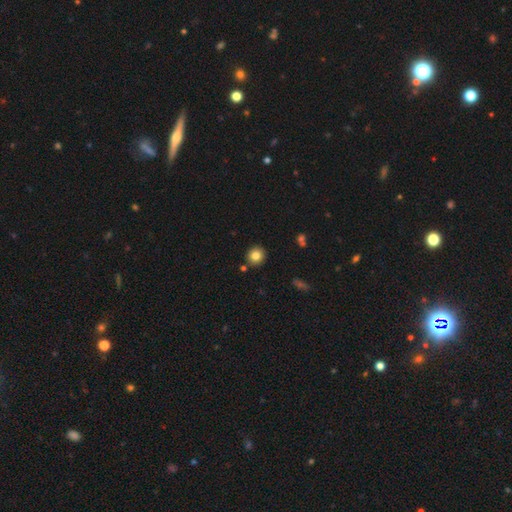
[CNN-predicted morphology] A smooth galaxy with no disk features (82%) that is round (89%).

Vote fractions:
- Smooth or featured? smooth: 82% / star or artifact: 11% / featured or disk: 8%
- How rounded? round: 89% / in between: 10% / cigar-shaped: 1%
- Merging? none: 88% / minor disturbance: 7% / merger: 4% / major disturbance: 2%